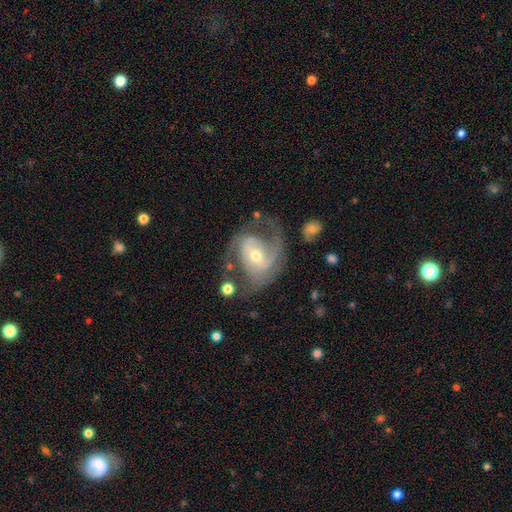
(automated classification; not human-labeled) Morphology: type=featured or disk (83%); edge-on=no (97%); bar=weak (42%); spiral arms=yes (91%); winding=medium (48%); arm count=2 (66%); bulge=moderate (50%); merging=none (52%).